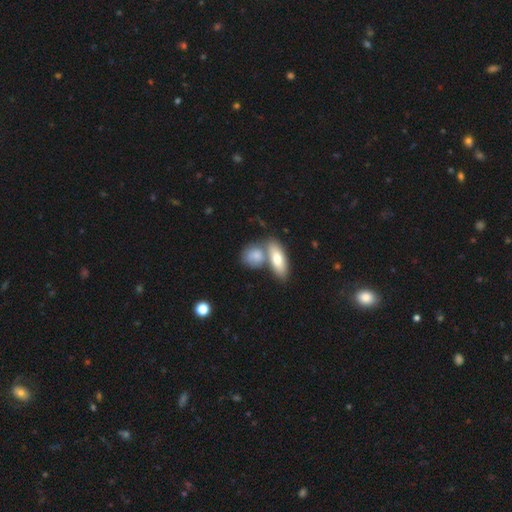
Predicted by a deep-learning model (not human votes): Smooth or featured?
  - smooth: 75% *
  - featured or disk: 19%
  - star or artifact: 6%
How rounded?
  - in between: 61% *
  - round: 30%
  - cigar-shaped: 10%
Merging?
  - merger: 45% *
  - none: 39%
  - minor disturbance: 12%
  - major disturbance: 4%